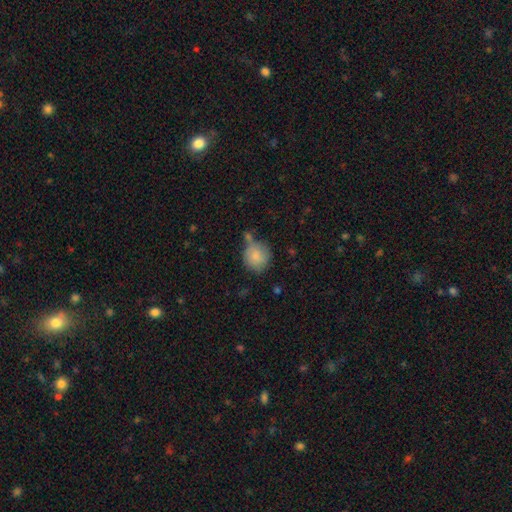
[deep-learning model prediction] A smooth galaxy with no disk features (83%) that is round (88%).

Vote fractions:
- Smooth or featured? smooth: 83% / featured or disk: 9% / star or artifact: 8%
- How rounded? round: 88% / in between: 11% / cigar-shaped: 1%
- Merging? none: 58% / minor disturbance: 20% / merger: 16% / major disturbance: 6%